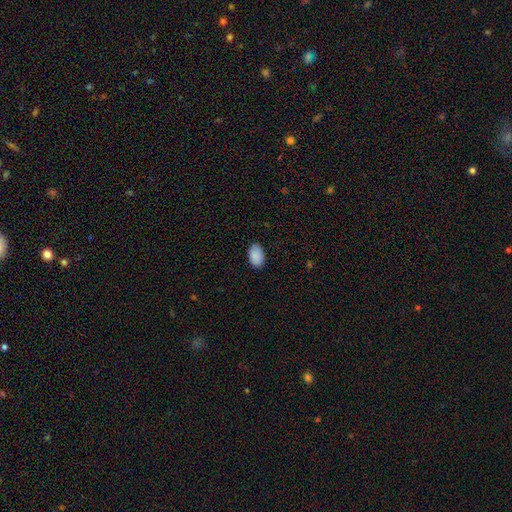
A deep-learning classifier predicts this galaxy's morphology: Overall: smooth (91%). How rounded: in between (92%). Merging: none (87%).